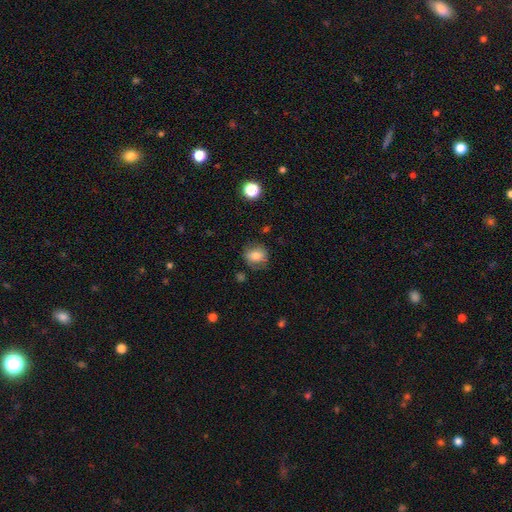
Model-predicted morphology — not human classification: Smooth or featured? smooth (73%)
How rounded? round (61%)
Merging? none (70%)